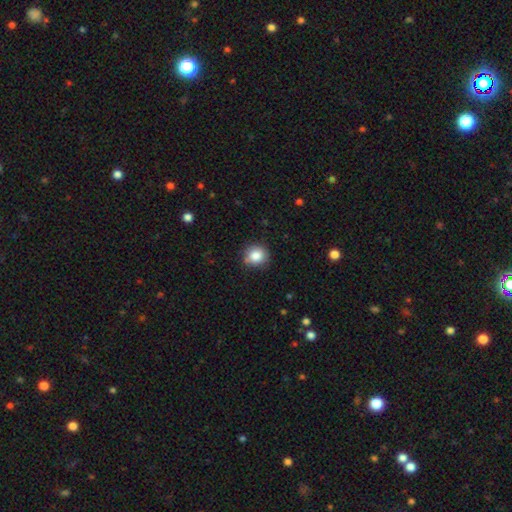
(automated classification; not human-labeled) A smooth galaxy with no disk features (84%) that is round (87%). Merging: none (80%).